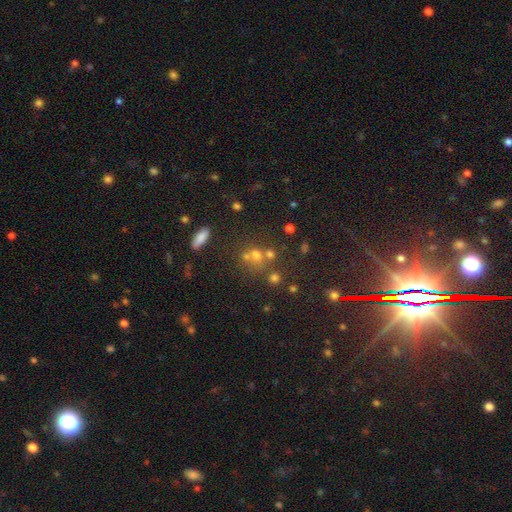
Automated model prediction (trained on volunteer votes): smooth_or_featured: smooth (p=0.49) [alt: star or artifact p=0.36]
merging: none (p=0.53) [alt: merger p=0.32]